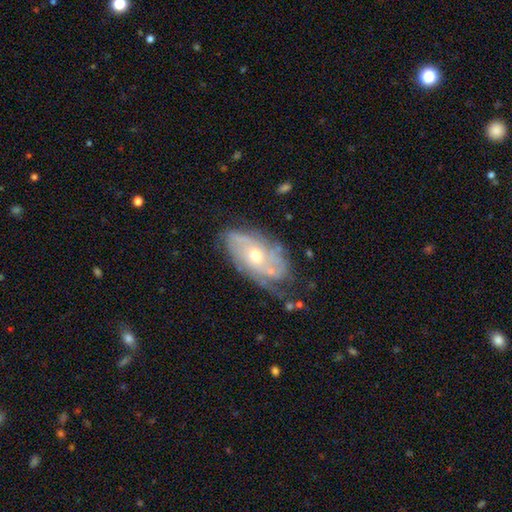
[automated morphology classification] smooth-or-featured: featured or disk: 70% | smooth: 22% | star or artifact: 8%
  disk-edge-on: no: 92% | yes: 8%
    bar: no: 80% | weak: 17% | strong: 3%
    has-spiral-arms: yes: 75% | no: 25%
    bulge-size: moderate: 62% | small: 33% | large: 3% | none: 1% | dominant: 1%
  merging: none: 50% | minor disturbance: 29% | major disturbance: 16% | merger: 6%